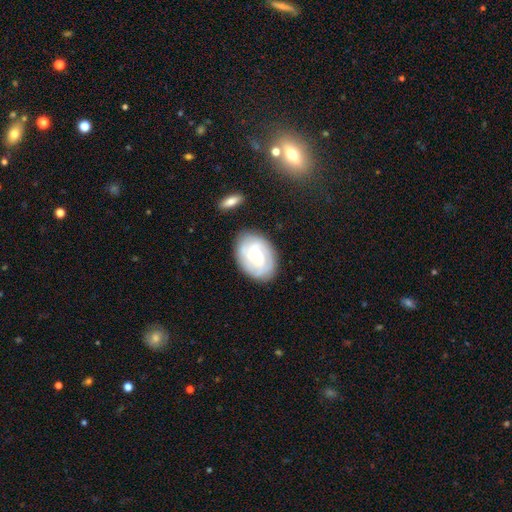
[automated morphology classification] A featured or disk galaxy (76%) with no bar (64%), tight (67%) spiral arms (94%) and a small central bulge (58%). Merging: none (81%).